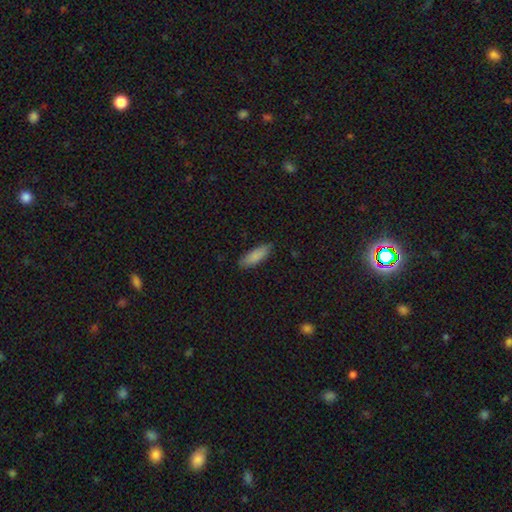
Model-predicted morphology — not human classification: A smooth galaxy with no disk features (86%) that is in between round and cigar-shaped (59%). Merging: none (82%).